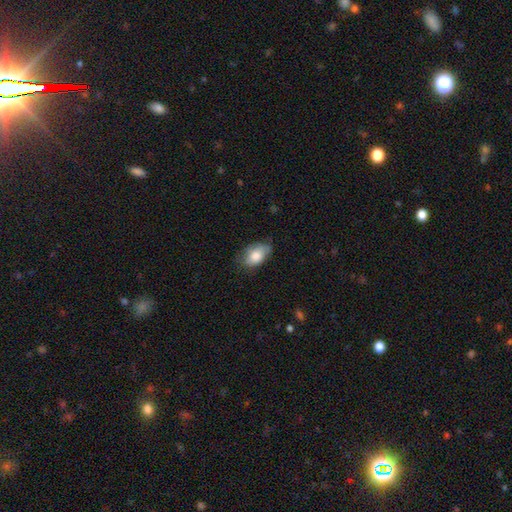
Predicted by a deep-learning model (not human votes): smooth_or_featured: smooth (p=0.80) [alt: featured or disk p=0.13]
how_rounded: in between (p=0.90) [alt: round p=0.09]
merging: none (p=0.62) [alt: minor disturbance p=0.30]